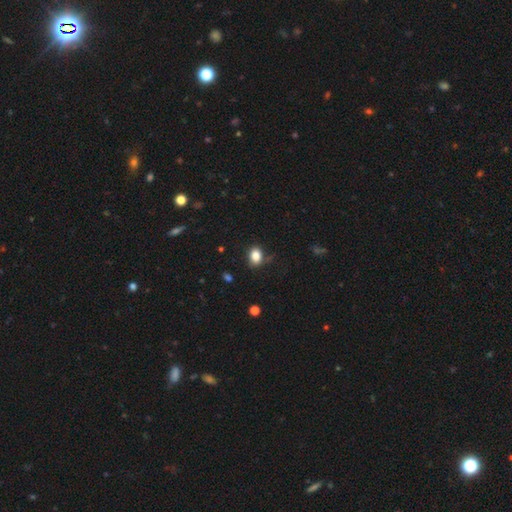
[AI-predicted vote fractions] Overall: smooth (85%). How rounded: in between (69%; round 30%). Merging: none (75%).